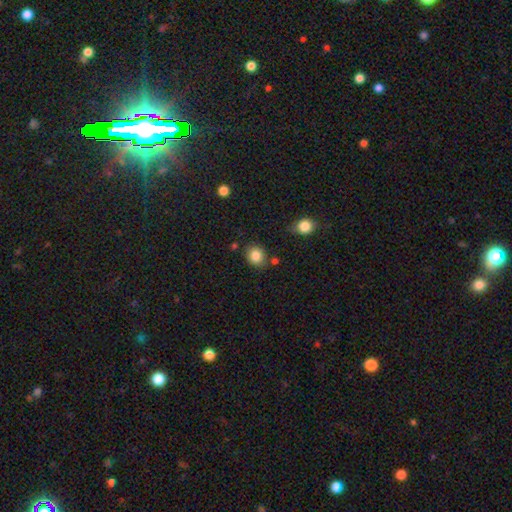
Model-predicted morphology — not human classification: smooth-or-featured: smooth: 85% | star or artifact: 10% | featured or disk: 5%
  how-rounded: round: 73% | in between: 26% | cigar-shaped: 1%
  merging: none: 79% | minor disturbance: 12% | merger: 6% | major disturbance: 3%